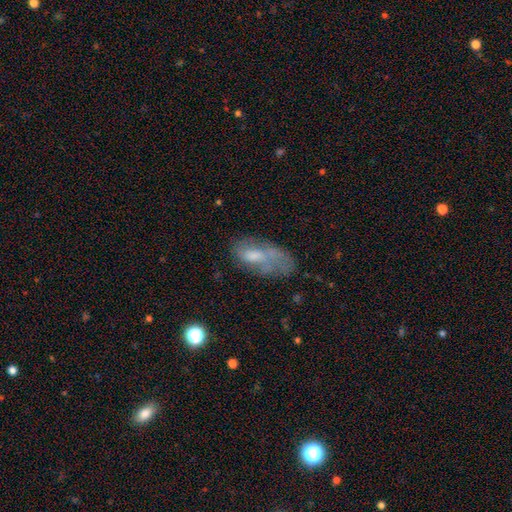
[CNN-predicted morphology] smooth 51%, featured or disk 39%, star or artifact 10%. Down the decision tree: how rounded — in between (84%); merging — none (34%).